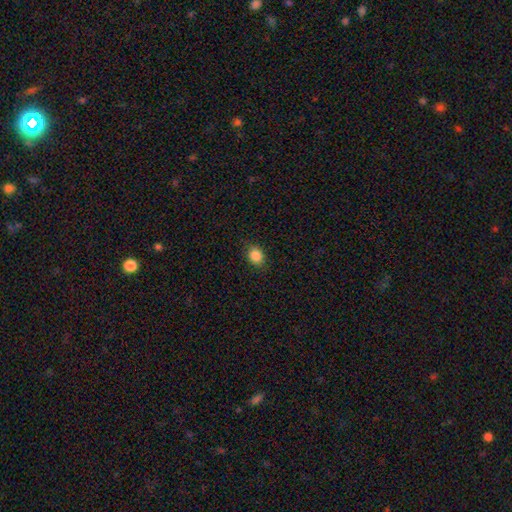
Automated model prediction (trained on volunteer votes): Smooth or featured? smooth (86%)
How rounded? round (57%)
Merging? none (86%)